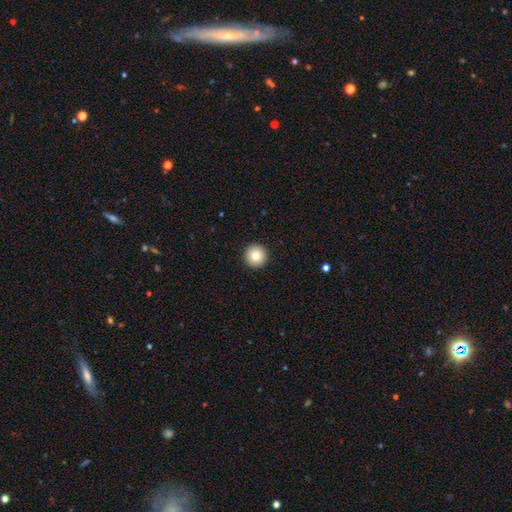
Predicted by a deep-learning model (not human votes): This is clearly a smooth galaxy (82%). How rounded: clearly round (97%). Merging: clearly none (94%).